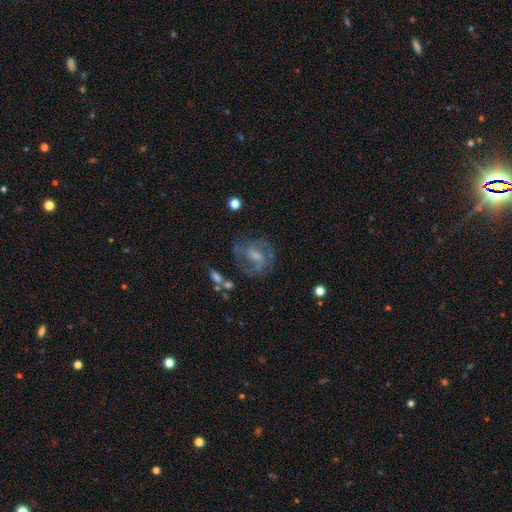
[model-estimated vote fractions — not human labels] Smooth or featured? Predicted: featured or disk (p=0.69). Edge-on disk? Predicted: no (p=0.96). Bar? Predicted: weak (p=0.52). Spiral arms? Predicted: yes (p=0.81). Spiral winding? Predicted: medium (p=0.49). Spiral arm count? Predicted: 2 (p=0.61). Bulge size? Predicted: small (p=0.39). Merging? Predicted: none (p=0.61).